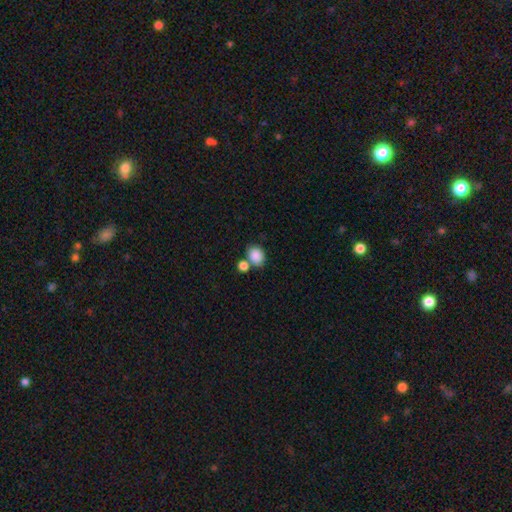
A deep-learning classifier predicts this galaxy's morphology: smooth 86%, star or artifact 9%, featured or disk 5%. Down the decision tree: how rounded — in between (51%); merging — none (56%).